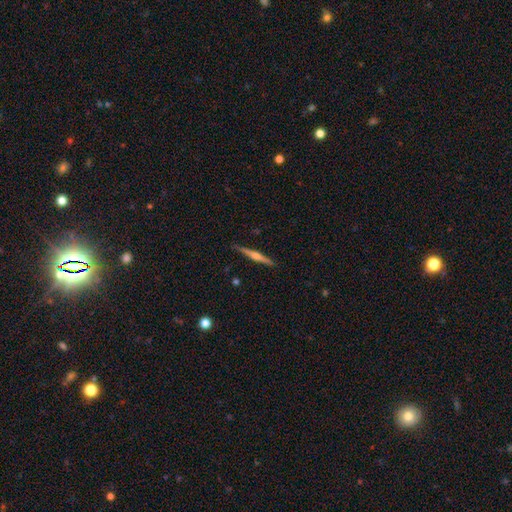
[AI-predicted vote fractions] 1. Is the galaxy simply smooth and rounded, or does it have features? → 71% featured or disk, 23% smooth, 6% star or artifact.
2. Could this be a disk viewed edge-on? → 98% yes, 2% no.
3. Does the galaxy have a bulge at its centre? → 81% rounded, 11% boxy, 8% none.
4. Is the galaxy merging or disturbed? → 90% none, 7% minor disturbance, 1% major disturbance, 1% merger.